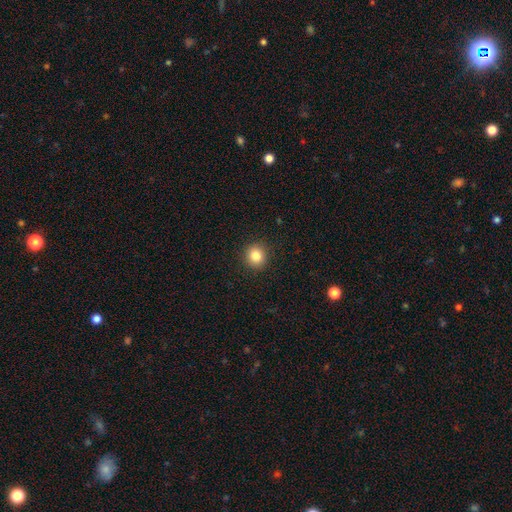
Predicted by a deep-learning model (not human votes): Overall: smooth (84%). How rounded: round (91%). Merging: none (92%).